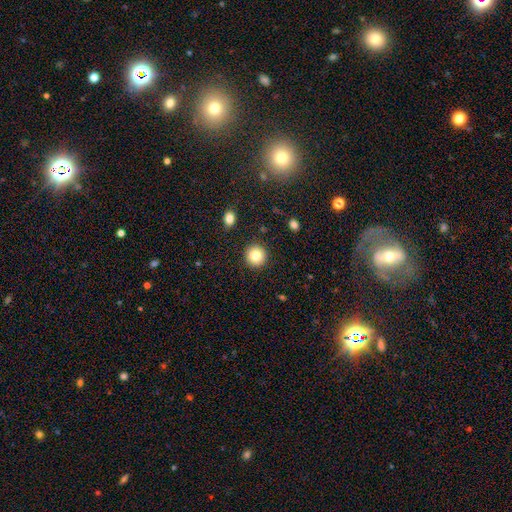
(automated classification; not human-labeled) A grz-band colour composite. It shows a smooth galaxy with no disk features (82%) that is round (94%). Merging: none (92%).